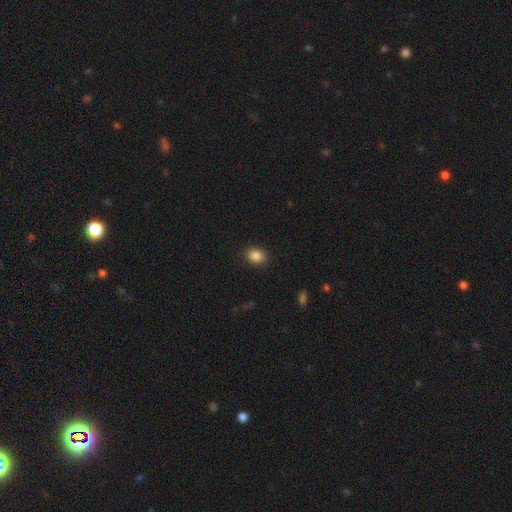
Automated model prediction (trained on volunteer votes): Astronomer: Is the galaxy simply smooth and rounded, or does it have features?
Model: smooth — 86%.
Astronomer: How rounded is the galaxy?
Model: in between — 55% (runner-up: round, 44%).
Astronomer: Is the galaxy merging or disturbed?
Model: none — 89%.